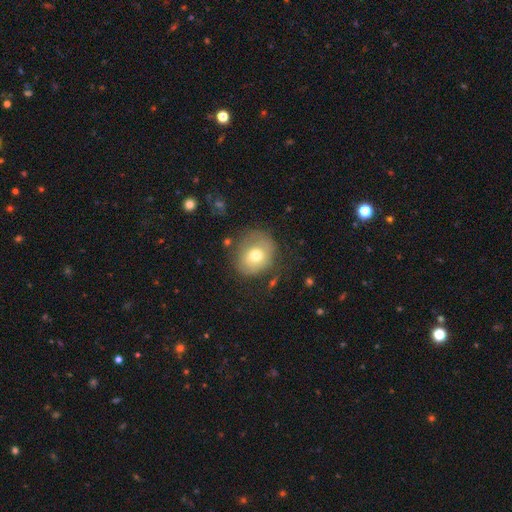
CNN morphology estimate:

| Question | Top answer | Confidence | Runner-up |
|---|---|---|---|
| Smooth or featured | smooth | 65% | featured or disk (26%) |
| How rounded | round | 70% | in between (29%) |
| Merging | none | 59% | minor disturbance (24%) |